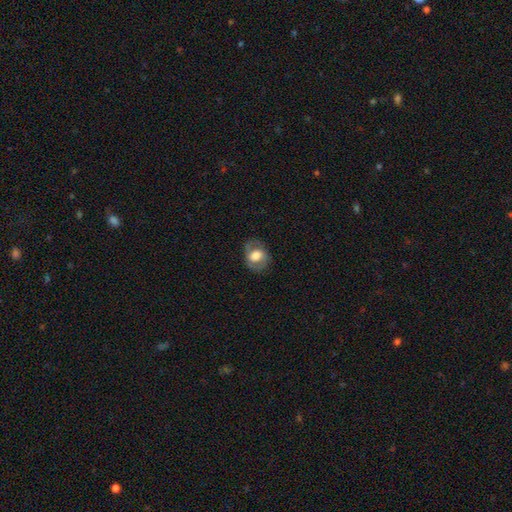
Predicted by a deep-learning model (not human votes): Overall: smooth (46%, tied with featured or disk). Merging: none (72%).